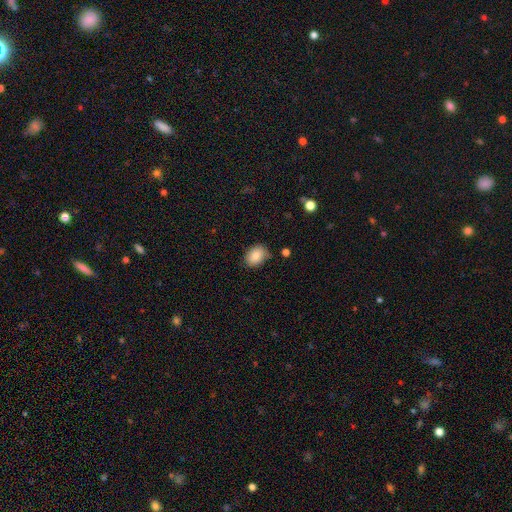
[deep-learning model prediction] This appears to be a smooth galaxy with no disk features (84%) that is in between round and cigar-shaped (70%). Merging: none (78%).